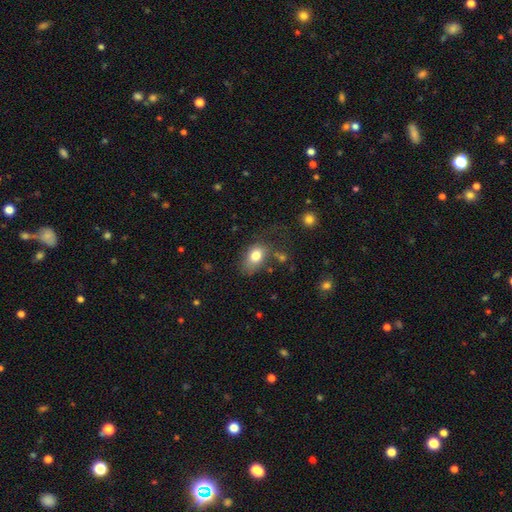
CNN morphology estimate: smooth 79%, featured or disk 13%, star or artifact 9%. Down the decision tree: how rounded — in between (77%); merging — none (54%).